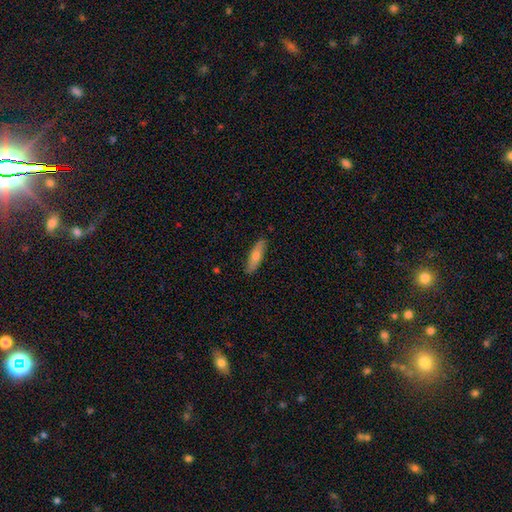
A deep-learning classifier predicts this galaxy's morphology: Smooth or featured?
  - smooth: 68% *
  - featured or disk: 26%
  - star or artifact: 6%
How rounded?
  - cigar-shaped: 61% *
  - in between: 37%
  - round: 2%
Merging?
  - none: 87% *
  - minor disturbance: 10%
  - major disturbance: 2%
  - merger: 1%